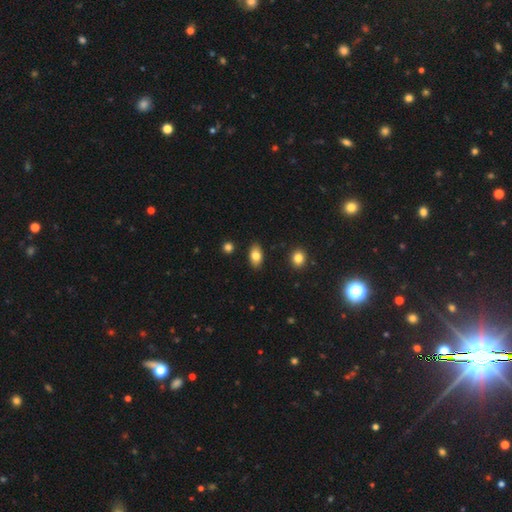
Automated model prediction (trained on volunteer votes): Overall: smooth (81%). How rounded: in between (90%). Merging: none (88%).